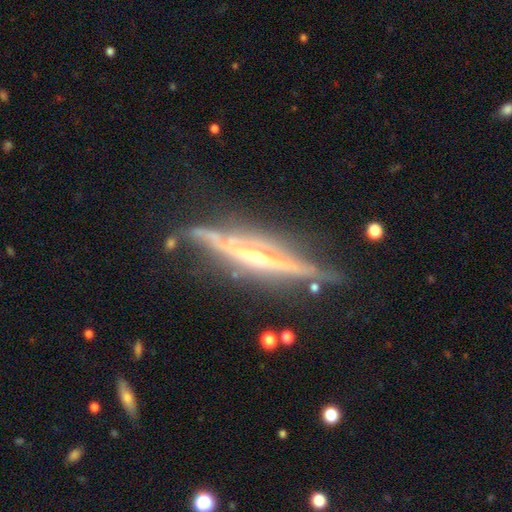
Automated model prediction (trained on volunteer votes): Overall: featured or disk (86%). Edge-on disk: yes (93%). Edge-on bulge: rounded (64%; none 27%). Merging: none (68%).